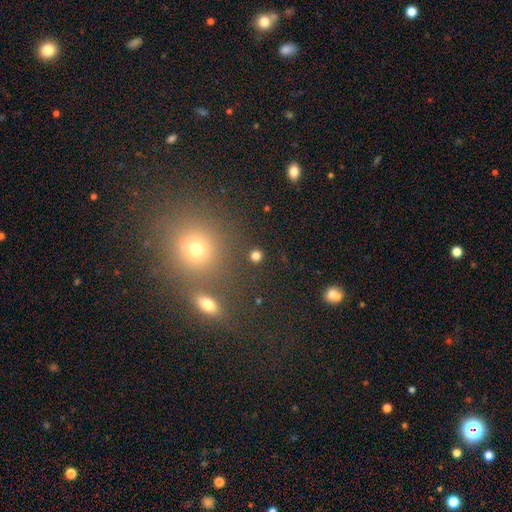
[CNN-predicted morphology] smooth 79%, star or artifact 16%, featured or disk 5%. Down the decision tree: how rounded — round (89%); merging — none (88%).